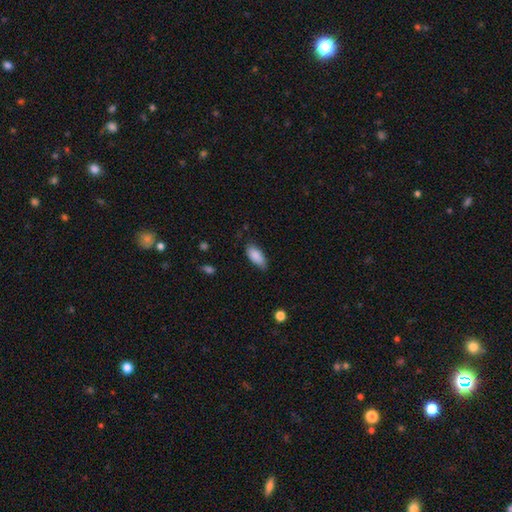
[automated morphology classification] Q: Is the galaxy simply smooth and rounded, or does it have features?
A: smooth — 87%.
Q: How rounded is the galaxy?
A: in between — 88%.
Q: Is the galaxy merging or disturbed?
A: none — 67%.